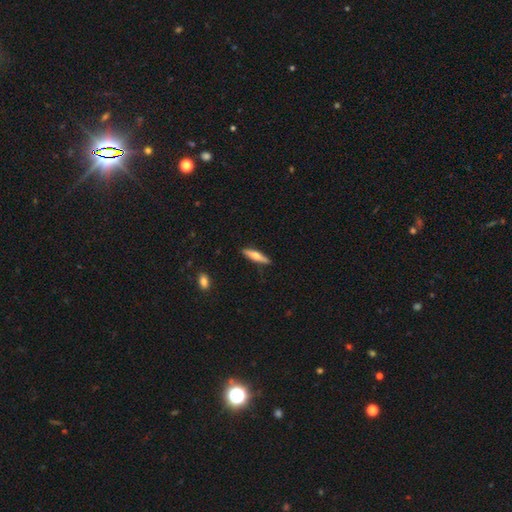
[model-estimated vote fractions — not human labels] The model was most divided on "smooth or featured": smooth: 54%, featured or disk: 41%, star or artifact: 6%. More confident: merging — none (88%); how rounded — cigar-shaped (83%).